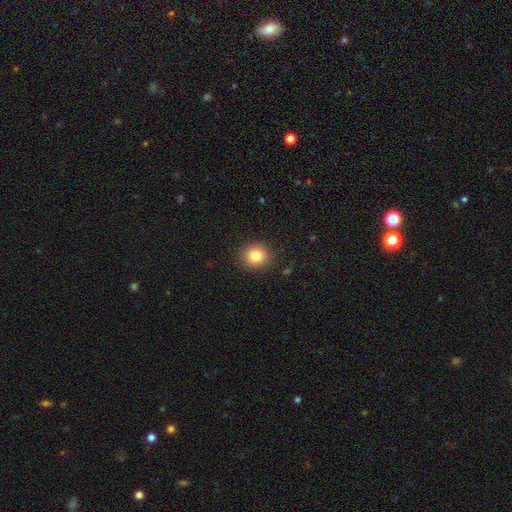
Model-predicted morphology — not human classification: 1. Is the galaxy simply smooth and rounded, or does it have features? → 83% smooth, 11% star or artifact, 7% featured or disk.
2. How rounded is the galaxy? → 84% round, 15% in between, 1% cigar-shaped.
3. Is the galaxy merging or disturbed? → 90% none, 7% minor disturbance, 2% major disturbance, 1% merger.